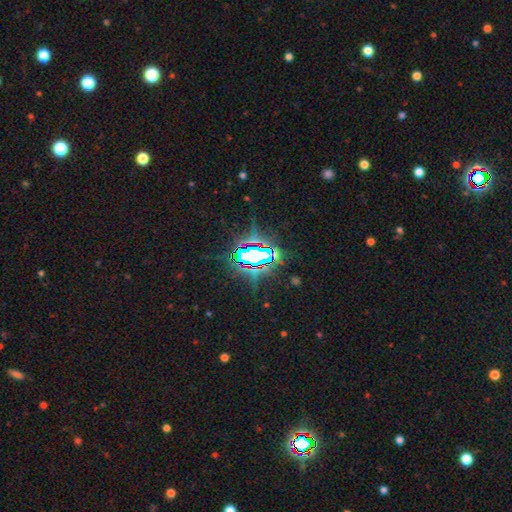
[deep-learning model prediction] Smooth or featured?
  - star or artifact: 76% *
  - smooth: 12%
  - featured or disk: 12%